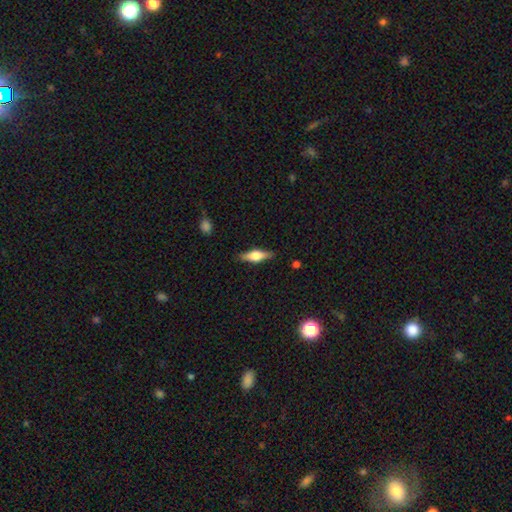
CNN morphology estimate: smooth-or-featured: smooth: 47% (tied) | featured or disk: 47% (tied) | star or artifact: 6%
  merging: none: 86% | minor disturbance: 10% | major disturbance: 2% | merger: 1%